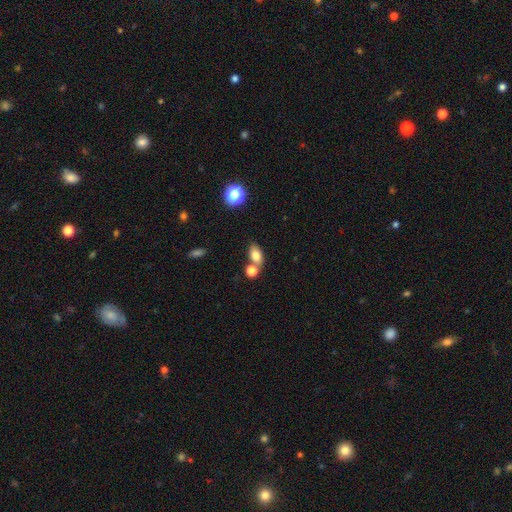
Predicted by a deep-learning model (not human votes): The model was most divided on "merging": none: 56%, merger: 29%, minor disturbance: 11%, major disturbance: 4%. More confident: how rounded — in between (83%); smooth or featured — smooth (78%).